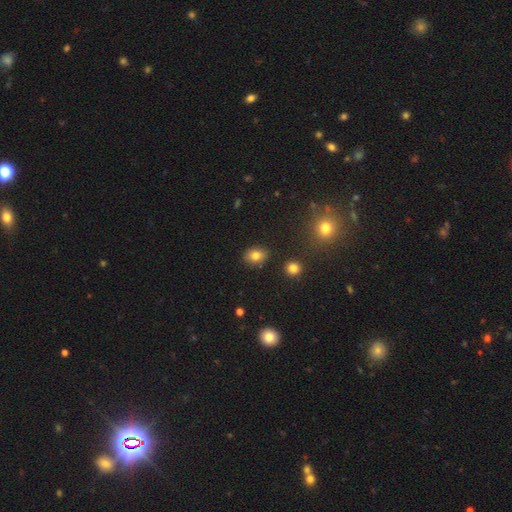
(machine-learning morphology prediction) This is likely a smooth galaxy (79%). How rounded: likely in between (63%). Merging: clearly none (85%).